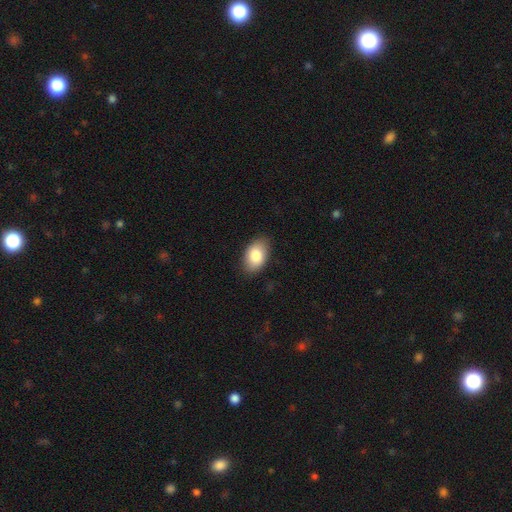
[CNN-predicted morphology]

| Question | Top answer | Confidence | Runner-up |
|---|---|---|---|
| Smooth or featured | smooth | 84% | featured or disk (10%) |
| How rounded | in between | 92% | round (7%) |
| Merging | none | 85% | minor disturbance (11%) |